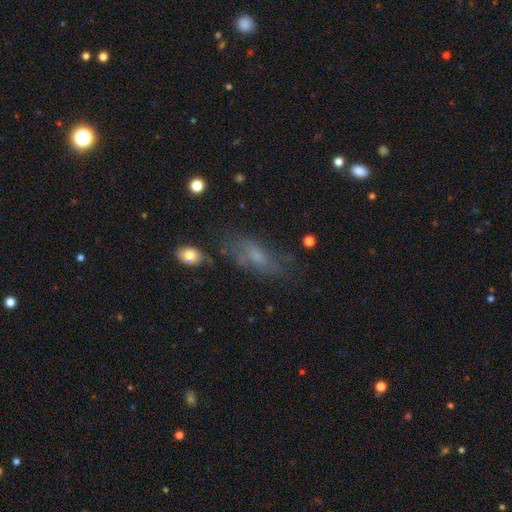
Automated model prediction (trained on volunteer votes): Q: Smooth or featured?
A: smooth (51%); runner-up: featured or disk (35%)
Q: How rounded?
A: in between (77%); runner-up: cigar-shaped (18%)
Q: Merging?
A: none (58%); runner-up: minor disturbance (24%)